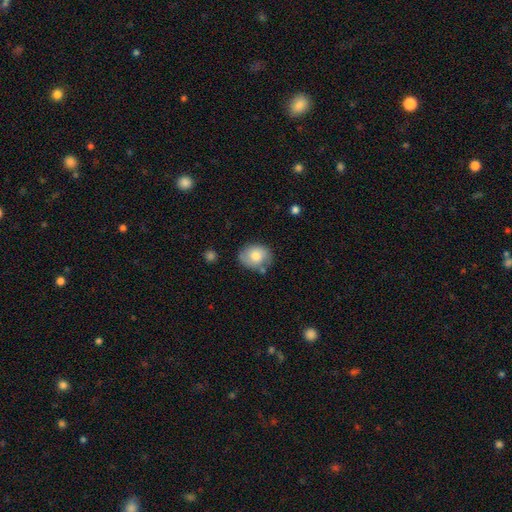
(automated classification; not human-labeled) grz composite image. It shows a smooth galaxy with no disk features (69%) that is round (50%). Merging: none (71%).